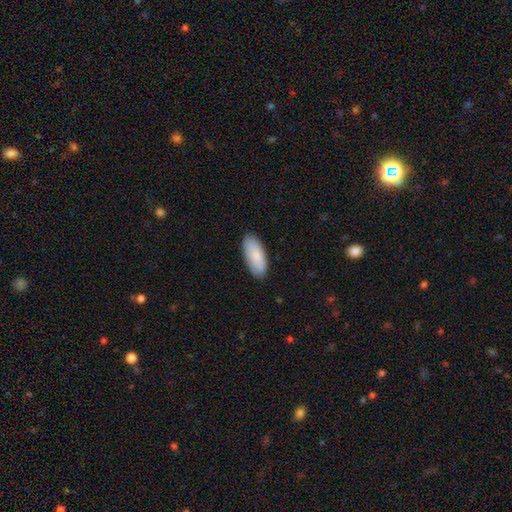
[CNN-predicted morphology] This is clearly a smooth galaxy (87%). How rounded: clearly in between (85%). Merging: clearly none (86%).